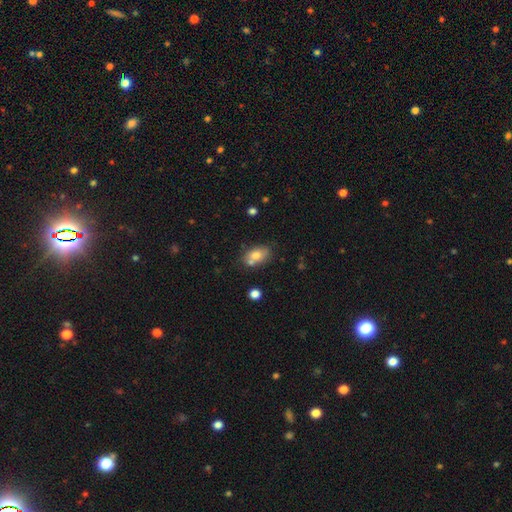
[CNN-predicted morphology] Smooth or featured?
  - smooth: 74% *
  - featured or disk: 17%
  - star or artifact: 9%
How rounded?
  - in between: 84% *
  - round: 14%
  - cigar-shaped: 2%
Merging?
  - none: 58% *
  - merger: 21%
  - minor disturbance: 16%
  - major disturbance: 4%